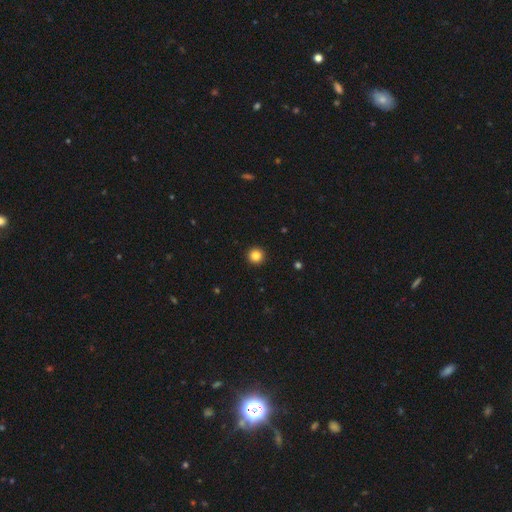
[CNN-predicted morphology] This appears to be a smooth galaxy with no disk features (85%) that is round (96%). Merging: none (94%).